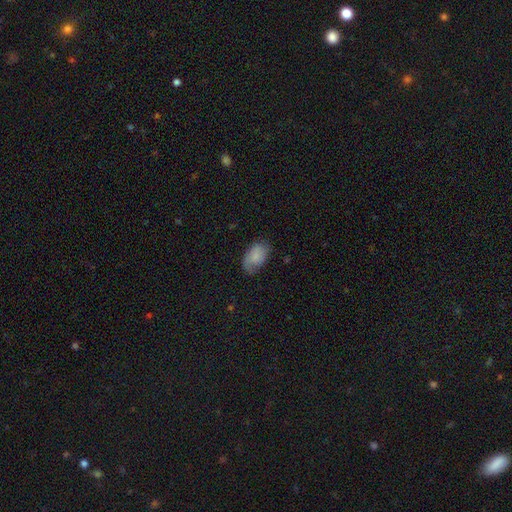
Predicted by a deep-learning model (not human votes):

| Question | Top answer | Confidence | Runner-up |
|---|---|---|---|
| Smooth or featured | smooth | 72% | featured or disk (20%) |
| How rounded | in between | 92% | round (6%) |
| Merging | none | 63% | minor disturbance (27%) |